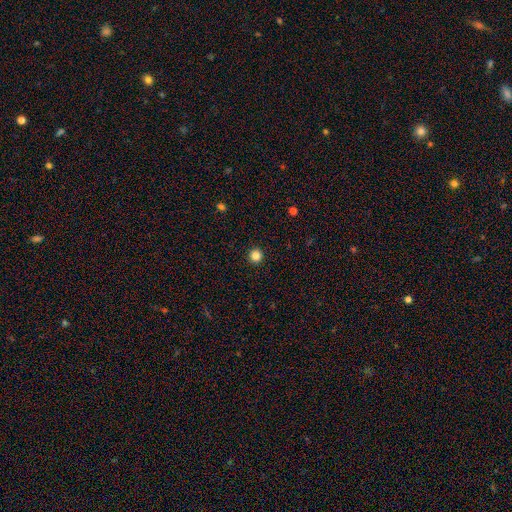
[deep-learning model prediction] Smooth or featured? Predicted: smooth (p=0.84). How rounded? Predicted: round (p=0.96). Merging? Predicted: none (p=0.94).